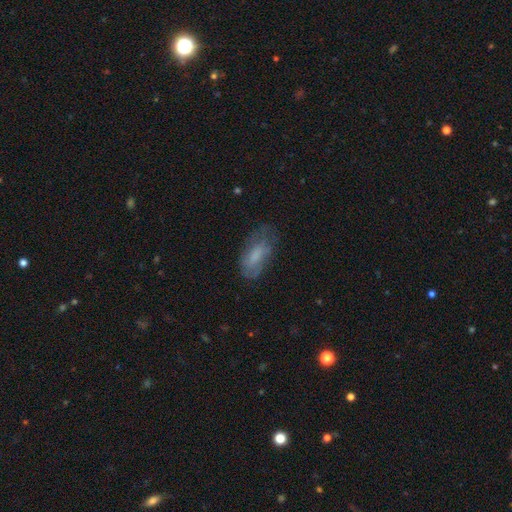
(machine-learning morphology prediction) This appears to be a smooth galaxy with no disk features (62%) that is in between round and cigar-shaped (86%). Merging: none (56%).